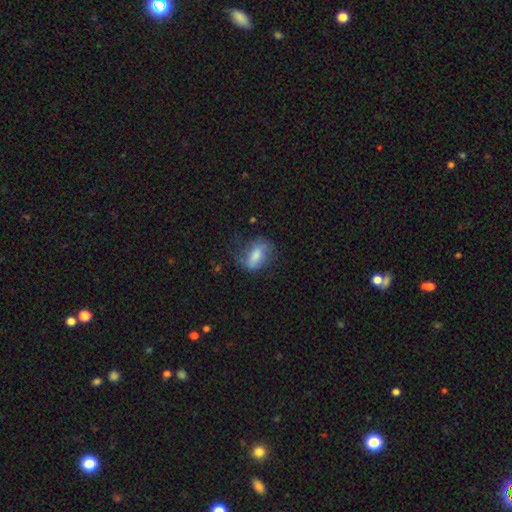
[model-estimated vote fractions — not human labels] The model was most divided on "merging": none: 56%, minor disturbance: 26%, major disturbance: 17%, merger: 2%. More confident: how rounded — in between (83%); smooth or featured — smooth (63%).